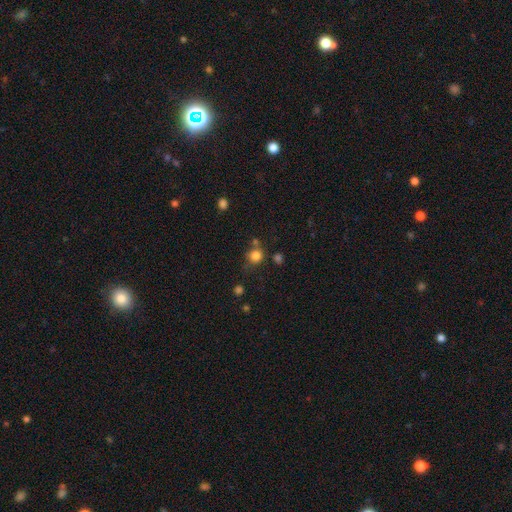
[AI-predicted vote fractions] The model was most divided on "merging": none: 66%, minor disturbance: 15%, merger: 13%, major disturbance: 6%. More confident: how rounded — round (88%); smooth or featured — smooth (81%).